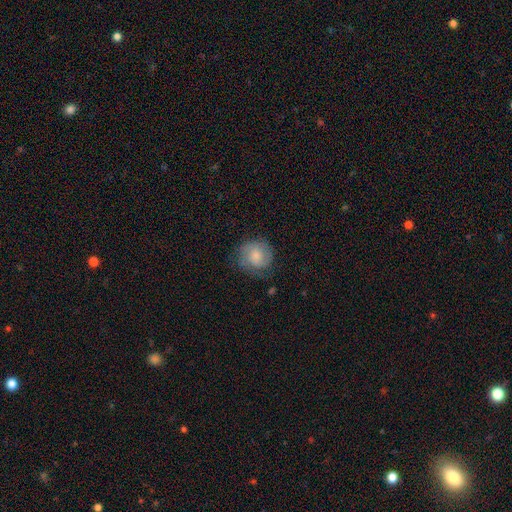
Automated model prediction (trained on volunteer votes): Smooth or featured? Predicted: smooth (p=0.63). How rounded? Predicted: round (p=0.86). Merging? Predicted: none (p=0.65).